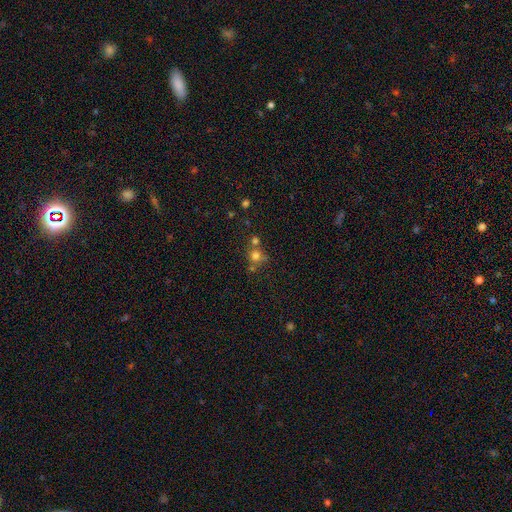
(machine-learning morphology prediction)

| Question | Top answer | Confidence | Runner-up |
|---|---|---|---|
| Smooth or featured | smooth | 74% | star or artifact (16%) |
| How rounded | round | 88% | in between (11%) |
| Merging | none | 55% | merger (32%) |